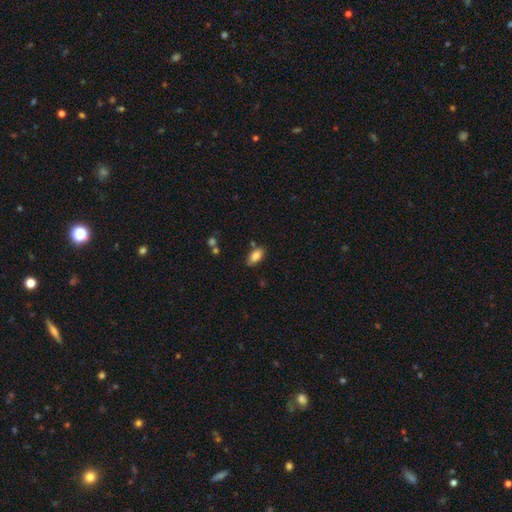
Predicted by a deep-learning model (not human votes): This appears to be a smooth galaxy with no disk features (85%) that is in between round and cigar-shaped (91%). Merging: none (78%).